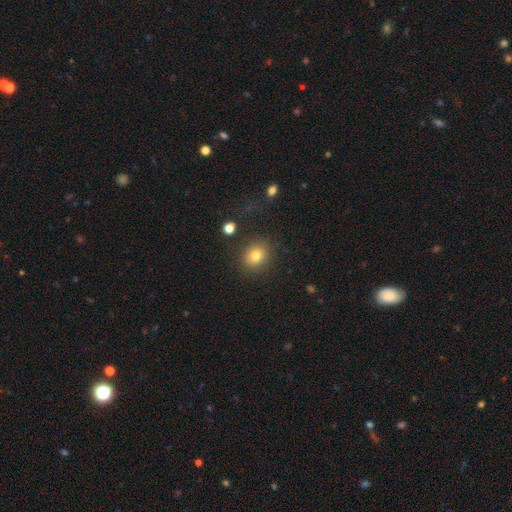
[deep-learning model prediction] A smooth galaxy with no disk features (79%) that is round (74%). Merging: none (85%).